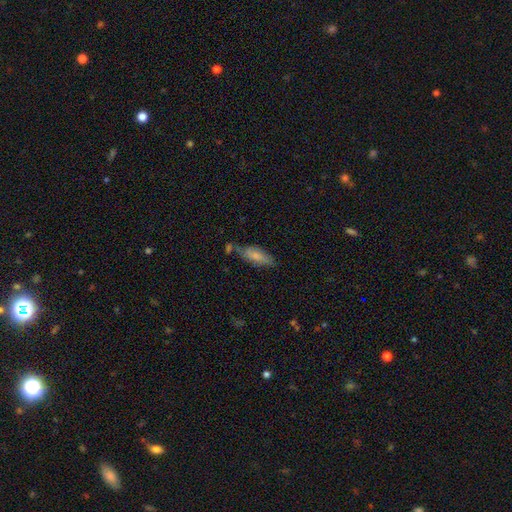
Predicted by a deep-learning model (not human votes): Overall: smooth (74%). How rounded: in between (66%; cigar-shaped 32%). Merging: none (53%; minor disturbance 25%).